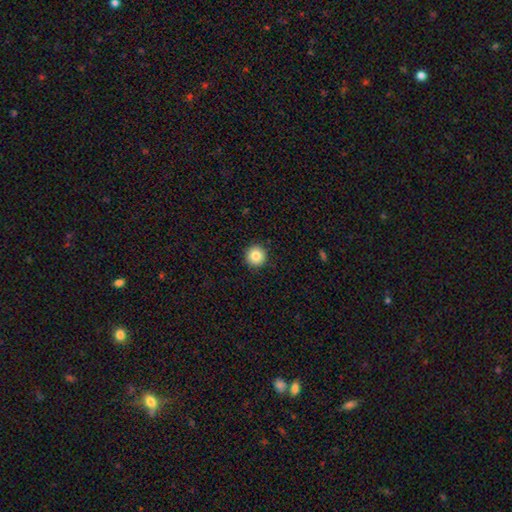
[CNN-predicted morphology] Overall: smooth (84%). How rounded: round (96%). Merging: none (92%).